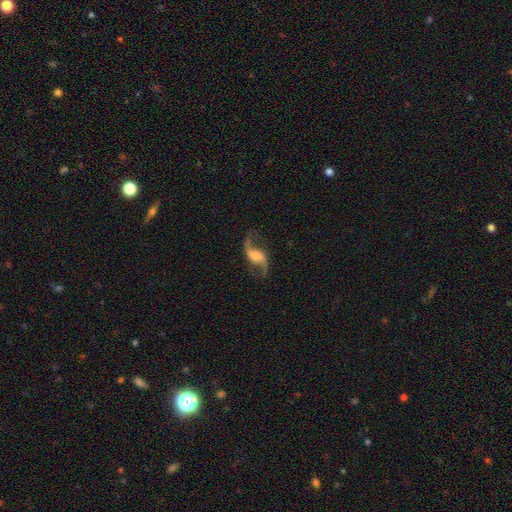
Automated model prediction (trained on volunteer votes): Overall: featured or disk (87%). Edge-on disk: no (96%). Bar: no (42%; weak 39%). Spiral arms: yes (96%). Spiral arm count: 2 (94%). Spiral winding: loose (85%). Bulge size: none (32%; large 24%). Merging: none (77%).